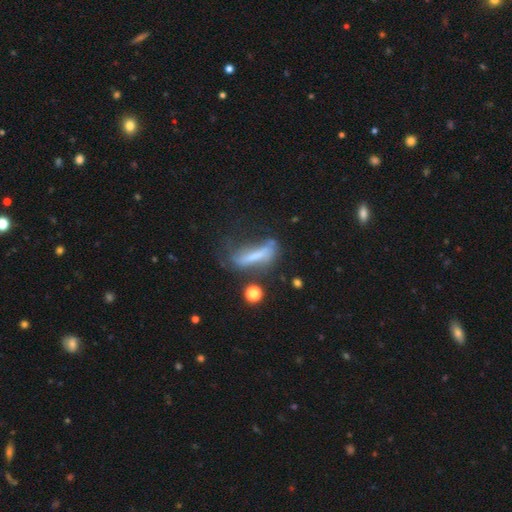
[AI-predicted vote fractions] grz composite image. It shows a smooth galaxy with no disk features (49%). Merging: none (35%).